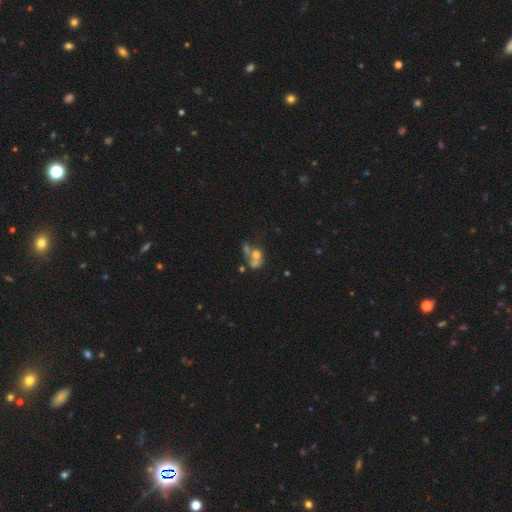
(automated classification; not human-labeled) The model was most divided on "smooth or featured": smooth: 50%, featured or disk: 35%, star or artifact: 16%. More confident: merging — merger (59%).